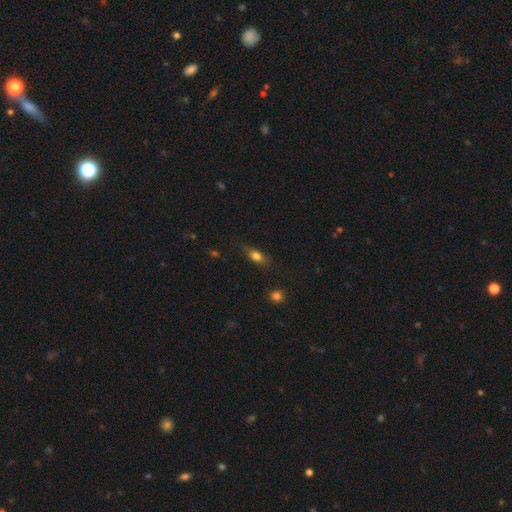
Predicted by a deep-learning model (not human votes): smooth-or-featured: smooth: 75% | featured or disk: 15% | star or artifact: 9%
  how-rounded: in between: 75% | cigar-shaped: 17% | round: 8%
  merging: none: 72% | minor disturbance: 21% | major disturbance: 6% | merger: 2%